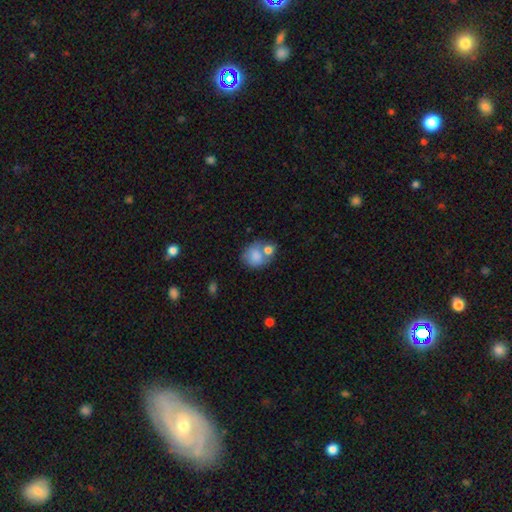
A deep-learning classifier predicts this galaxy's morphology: Smooth or featured? smooth (77%)
How rounded? round (63%)
Merging? merger (43%)